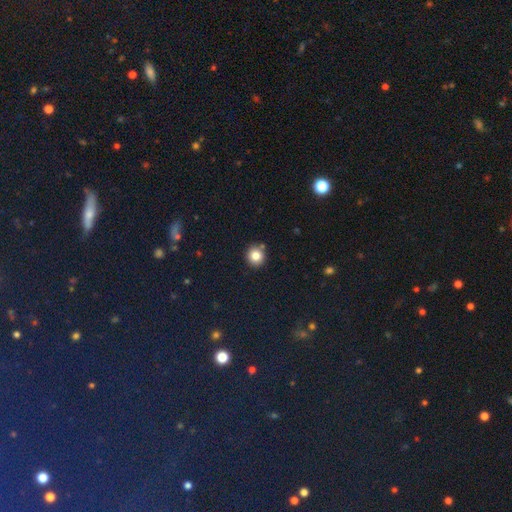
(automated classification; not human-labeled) smooth-or-featured: smooth: 82% | star or artifact: 11% | featured or disk: 6%
  how-rounded: round: 90% | in between: 10% | cigar-shaped: 1%
  merging: none: 82% | minor disturbance: 9% | merger: 7% | major disturbance: 2%